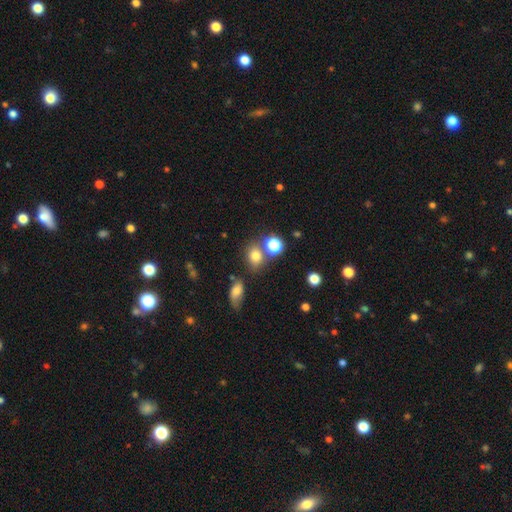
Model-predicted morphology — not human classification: type=smooth (74%); roundness=round (59%); merging=none (63%).